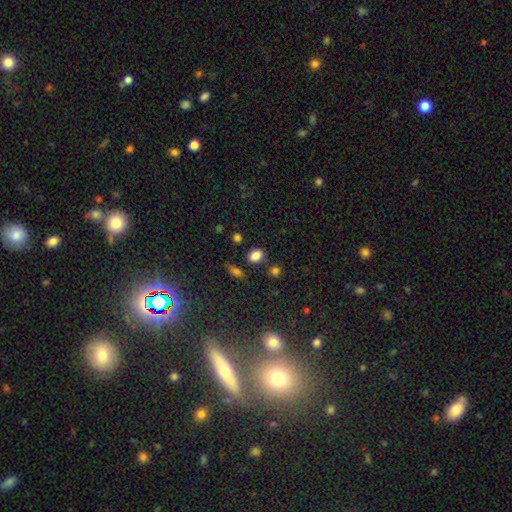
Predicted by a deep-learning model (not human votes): smooth 83%, star or artifact 12%, featured or disk 5%. Down the decision tree: how rounded — in between (57%); merging — none (78%).